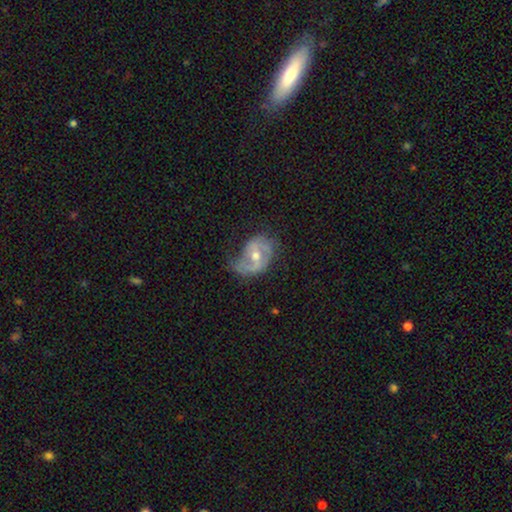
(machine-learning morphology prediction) The model was most divided on "spiral winding": medium: 41%, loose: 37%, tight: 23%. Remaining: edge-on disk — no (97%); spiral arms — yes (83%); smooth or featured — featured or disk (77%); spiral arm count — 2 (69%); bulge size — moderate (66%); merging — none (48%); bar — weak (42%).